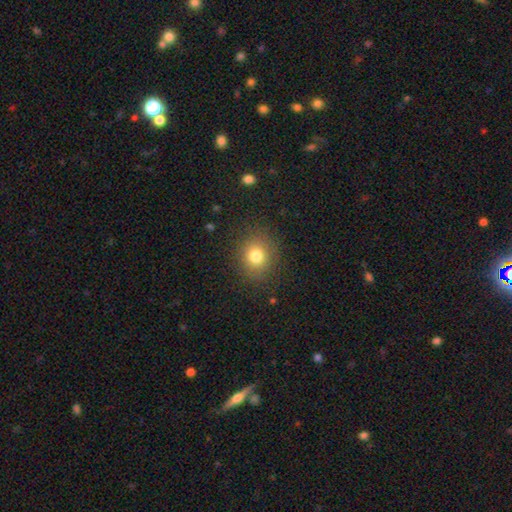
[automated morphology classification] Overall: smooth (79%). How rounded: round (74%). Merging: none (86%).